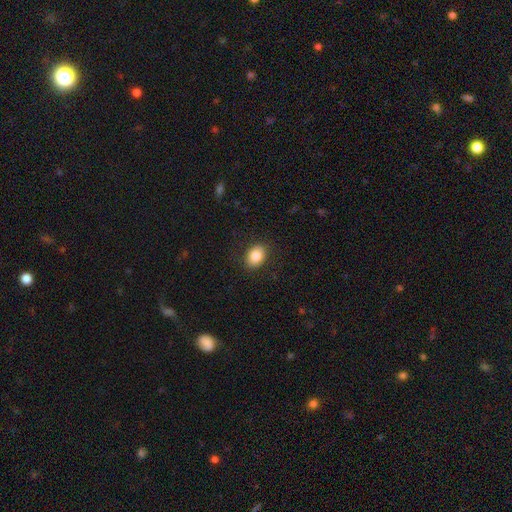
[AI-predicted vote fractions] smooth_or_featured: smooth (p=0.85) [alt: star or artifact p=0.08]
how_rounded: in between (p=0.66) [alt: round p=0.33]
merging: none (p=0.88) [alt: minor disturbance p=0.08]